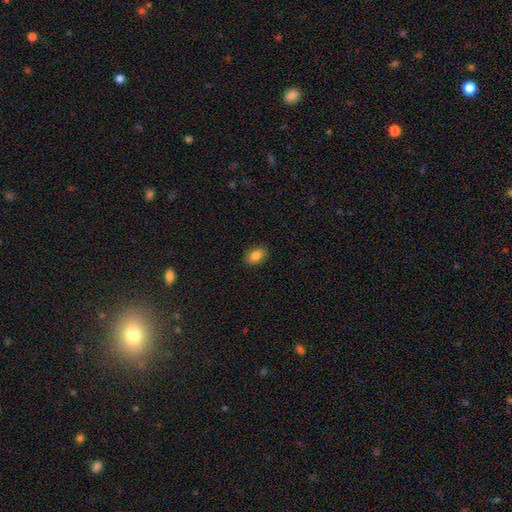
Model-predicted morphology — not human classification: Smooth or featured? smooth (84%)
How rounded? in between (81%)
Merging? none (88%)